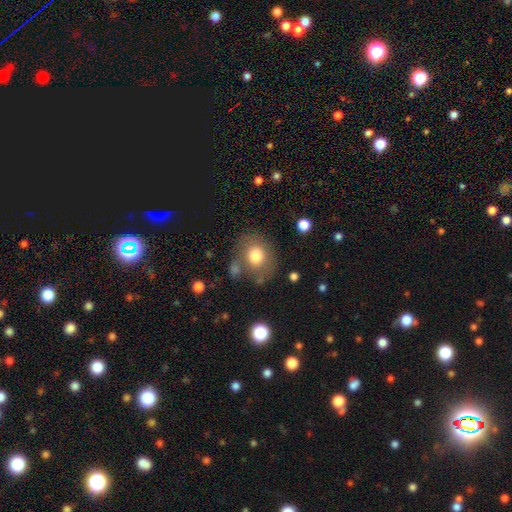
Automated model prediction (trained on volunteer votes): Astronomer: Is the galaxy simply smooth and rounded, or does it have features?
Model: smooth — 76%.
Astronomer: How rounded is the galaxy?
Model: round — 61% (runner-up: in between, 38%).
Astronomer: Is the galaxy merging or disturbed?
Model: none — 66%.